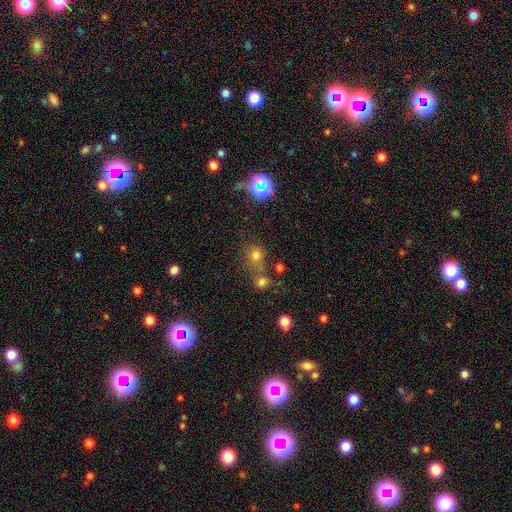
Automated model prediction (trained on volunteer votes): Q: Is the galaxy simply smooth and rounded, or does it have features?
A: smooth — 66%.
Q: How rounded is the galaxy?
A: round — 81%.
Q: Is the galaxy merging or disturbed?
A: none — 57%.